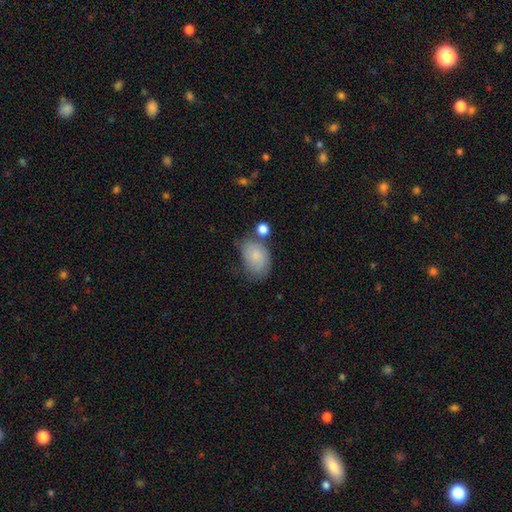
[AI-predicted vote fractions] smooth 76%, featured or disk 17%, star or artifact 8%. Down the decision tree: how rounded — in between (81%); merging — none (48%).